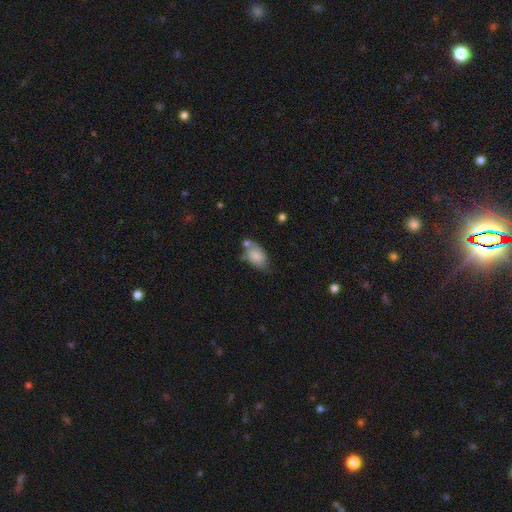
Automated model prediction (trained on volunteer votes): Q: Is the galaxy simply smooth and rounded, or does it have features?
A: smooth — 78%.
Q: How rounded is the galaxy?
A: in between — 90%.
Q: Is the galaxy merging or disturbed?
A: none — 45%.